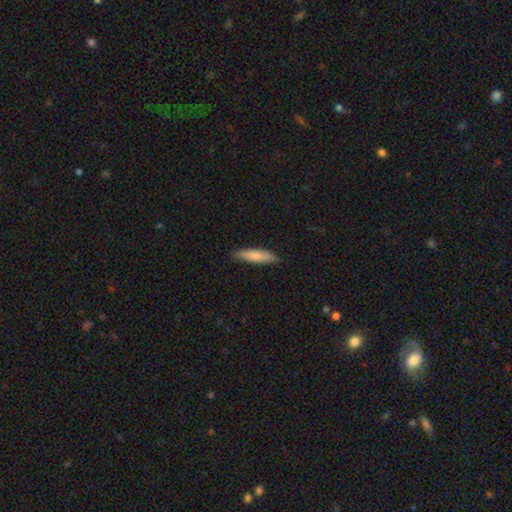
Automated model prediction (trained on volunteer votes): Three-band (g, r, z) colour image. It shows a smooth galaxy with no disk features (80%) that is cigar-shaped (80%). Merging: none (86%).